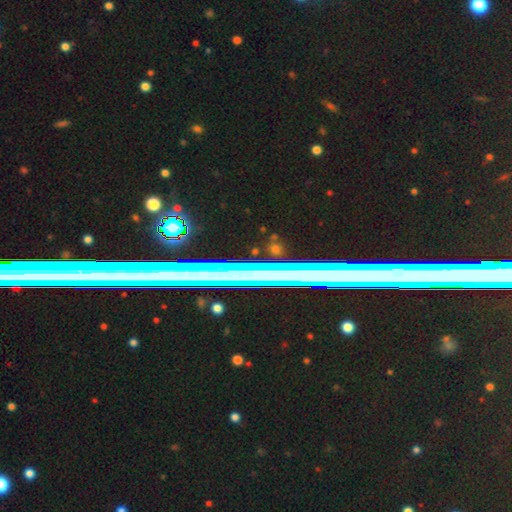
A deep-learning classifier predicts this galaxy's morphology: Q: Smooth or featured?
A: star or artifact (62%); runner-up: featured or disk (24%)